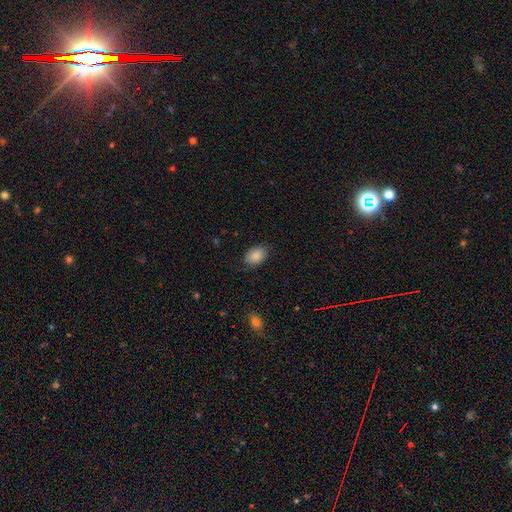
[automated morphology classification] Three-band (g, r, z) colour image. It shows a smooth galaxy with no disk features (87%) that is in between round and cigar-shaped (86%). Merging: none (80%).